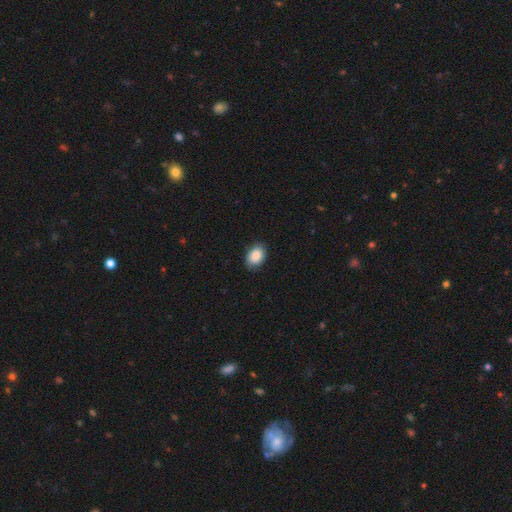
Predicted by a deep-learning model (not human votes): Overall: smooth (87%). How rounded: in between (80%). Merging: none (82%).